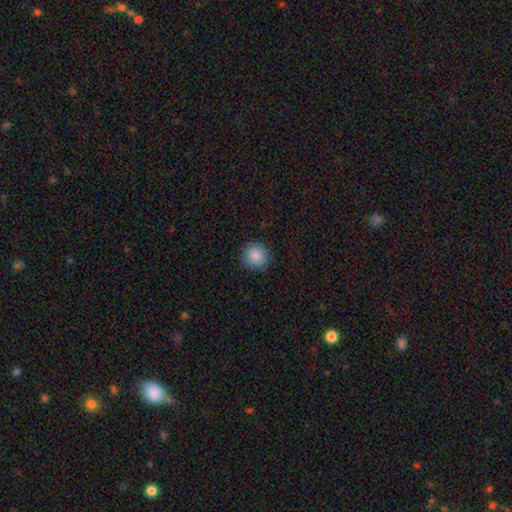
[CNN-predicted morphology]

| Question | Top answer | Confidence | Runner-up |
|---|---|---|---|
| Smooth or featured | smooth | 87% | star or artifact (8%) |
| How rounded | round | 91% | in between (8%) |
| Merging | none | 86% | minor disturbance (10%) |